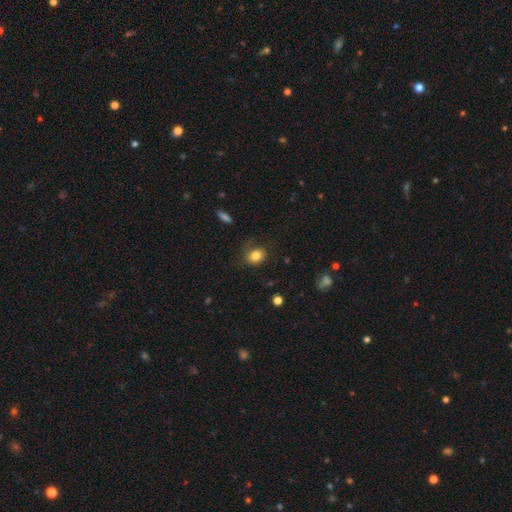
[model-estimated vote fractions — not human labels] A smooth galaxy with no disk features (82%) that is round (59%). Merging: none (65%).